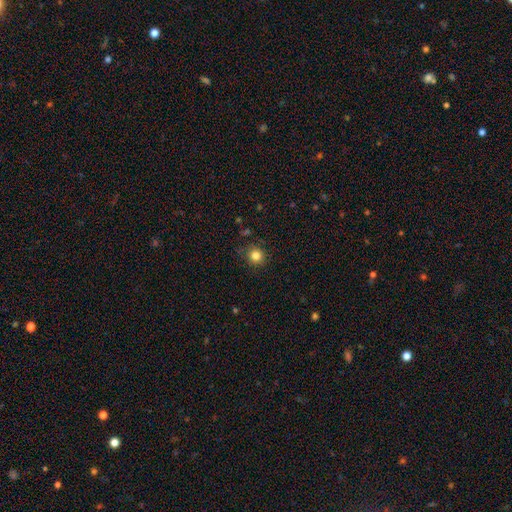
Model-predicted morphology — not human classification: Smooth or featured: smooth — 82% (star or artifact — 13%)
How rounded: round — 92% (in between — 7%)
Merging: none — 86% (minor disturbance — 9%)